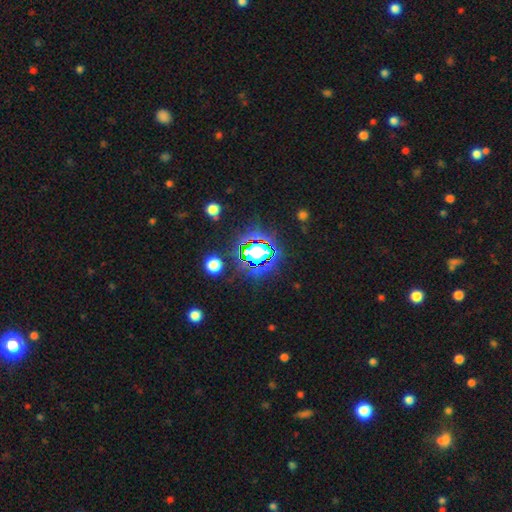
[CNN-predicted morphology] A star or artifact, not a galaxy (69%).

Vote fractions:
- Smooth or featured? star or artifact: 69% / smooth: 21% / featured or disk: 10%